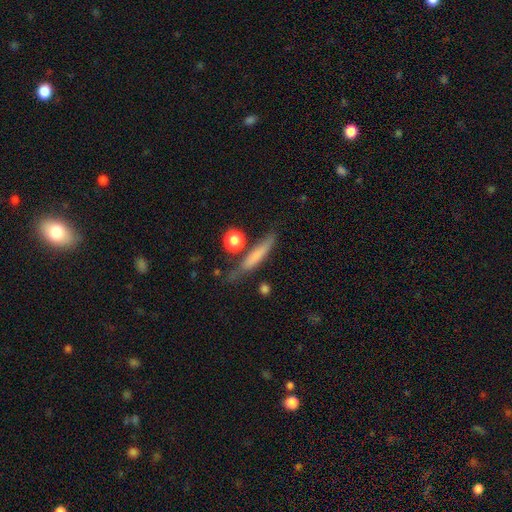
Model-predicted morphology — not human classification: This appears to be a smooth galaxy with no disk features (67%) that is cigar-shaped (85%). Merging: none (66%).